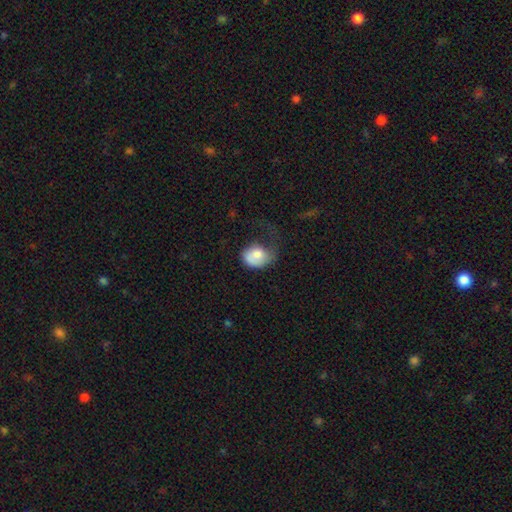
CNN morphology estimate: type=smooth (71%); roundness=in between (60%); merging=major disturbance (44%).